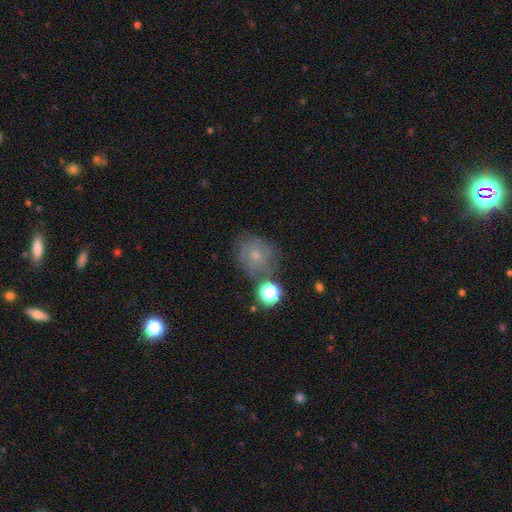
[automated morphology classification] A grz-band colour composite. It shows a smooth galaxy with no disk features (44%). Merging: none (64%).